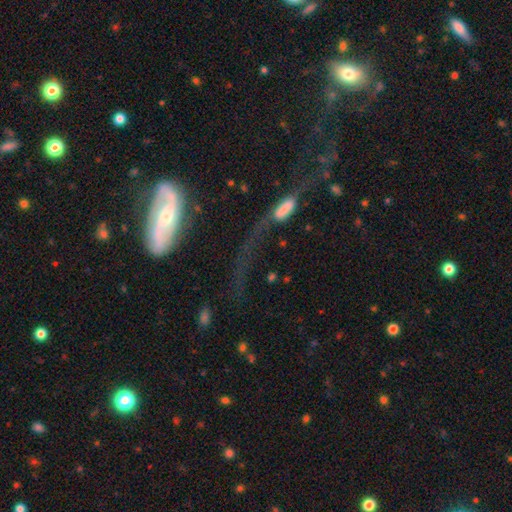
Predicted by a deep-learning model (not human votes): Morphology: type=featured or disk (55%); edge-on=no (74%); merging=major disturbance (40%).